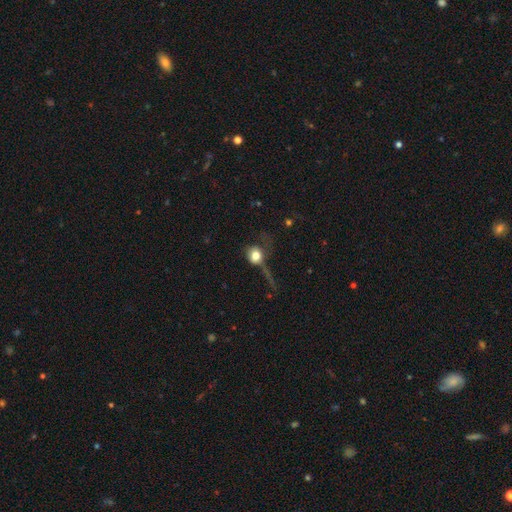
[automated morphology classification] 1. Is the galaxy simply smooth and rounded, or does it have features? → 72% smooth, 17% featured or disk, 10% star or artifact.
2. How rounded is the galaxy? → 74% round, 24% in between, 2% cigar-shaped.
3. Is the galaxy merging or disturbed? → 42% major disturbance, 32% none, 19% minor disturbance, 8% merger.